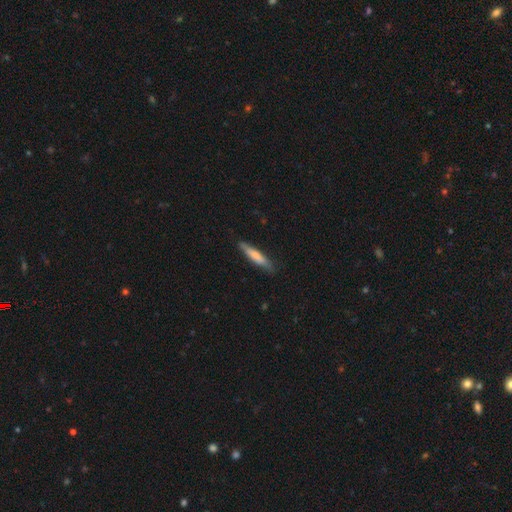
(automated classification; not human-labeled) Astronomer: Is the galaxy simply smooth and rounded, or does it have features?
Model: smooth — 70%.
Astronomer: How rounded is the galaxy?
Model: cigar-shaped — 88%.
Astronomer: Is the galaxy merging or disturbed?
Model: none — 80%.